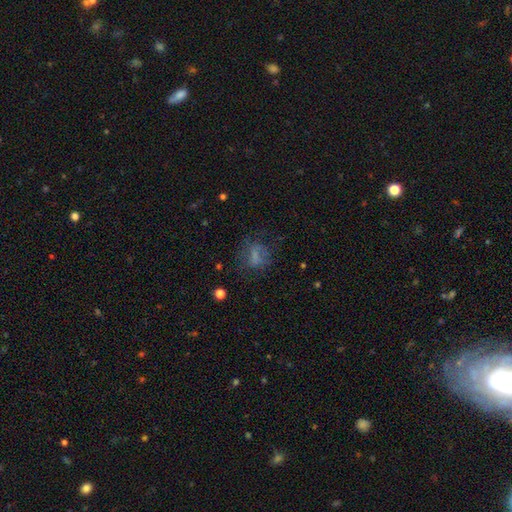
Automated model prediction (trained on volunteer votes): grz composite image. It shows a smooth galaxy with no disk features (57%) that is round (51%). Merging: none (54%).